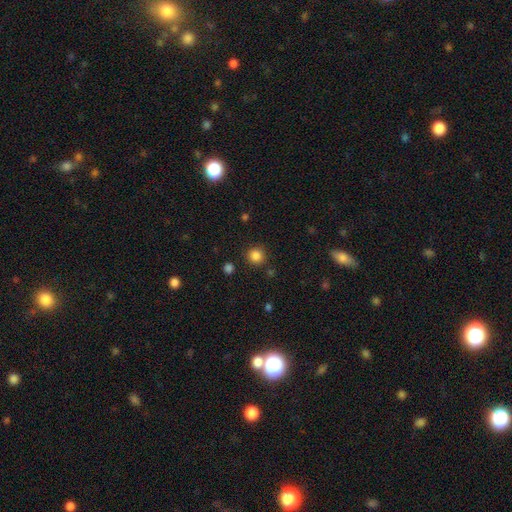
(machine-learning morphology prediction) Smooth or featured? Predicted: smooth (p=0.84). How rounded? Predicted: round (p=0.93). Merging? Predicted: none (p=0.88).